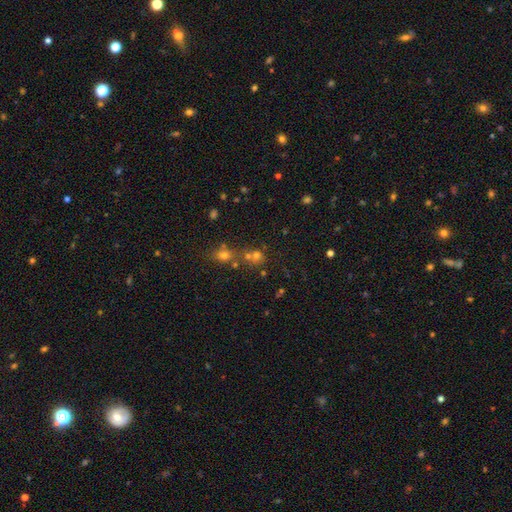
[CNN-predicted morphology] Smooth or featured? Predicted: smooth (p=0.59). How rounded? Predicted: round (p=0.83). Merging? Predicted: none (p=0.51).